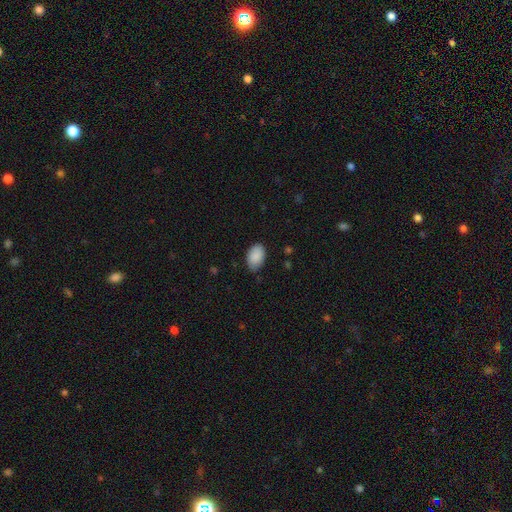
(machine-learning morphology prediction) Smooth or featured? Predicted: smooth (p=0.89). How rounded? Predicted: in between (p=0.91). Merging? Predicted: none (p=0.76).